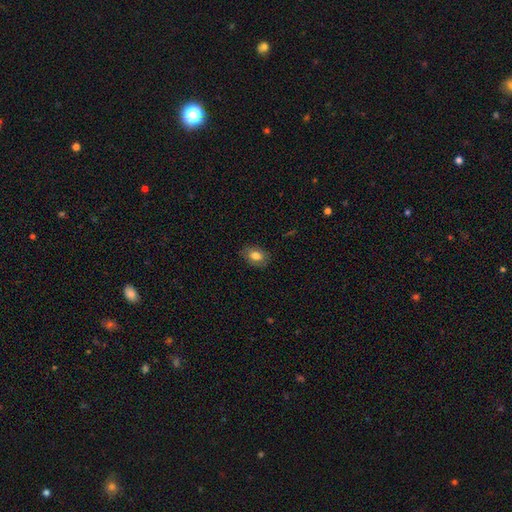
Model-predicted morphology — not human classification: This appears to be a smooth galaxy with no disk features (80%) that is in between round and cigar-shaped (77%). Merging: none (81%).